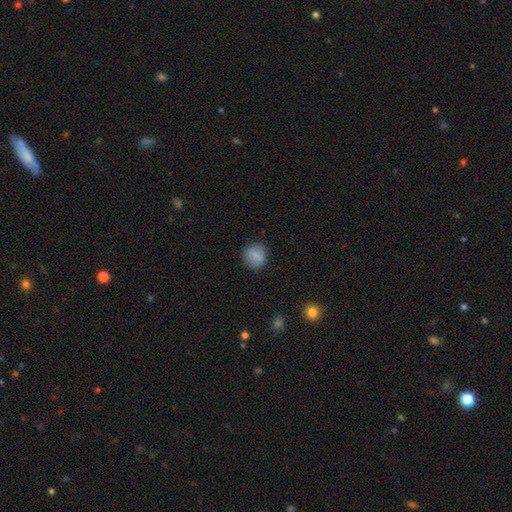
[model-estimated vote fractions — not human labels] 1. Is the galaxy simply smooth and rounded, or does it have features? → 83% smooth, 9% star or artifact, 7% featured or disk.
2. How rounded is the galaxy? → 79% round, 20% in between, 1% cigar-shaped.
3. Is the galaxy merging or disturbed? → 84% none, 11% minor disturbance, 3% major disturbance, 1% merger.